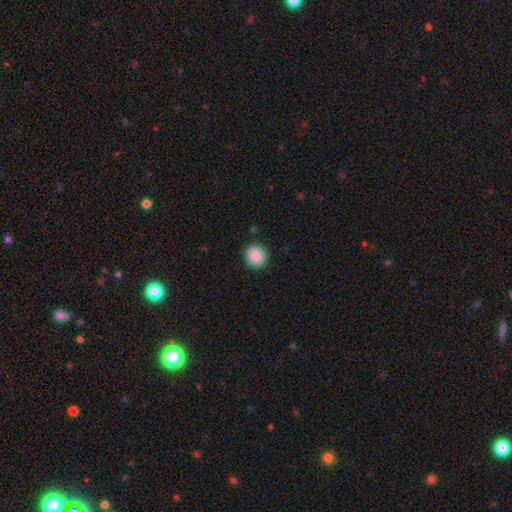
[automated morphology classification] Smooth or featured? Predicted: smooth (p=0.88). How rounded? Predicted: round (p=0.89). Merging? Predicted: none (p=0.91).